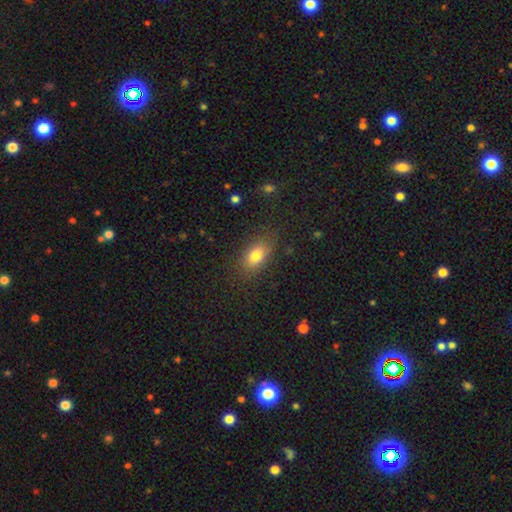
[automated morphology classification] This appears to be a smooth galaxy with no disk features (79%) that is in between round and cigar-shaped (84%). Merging: none (80%).